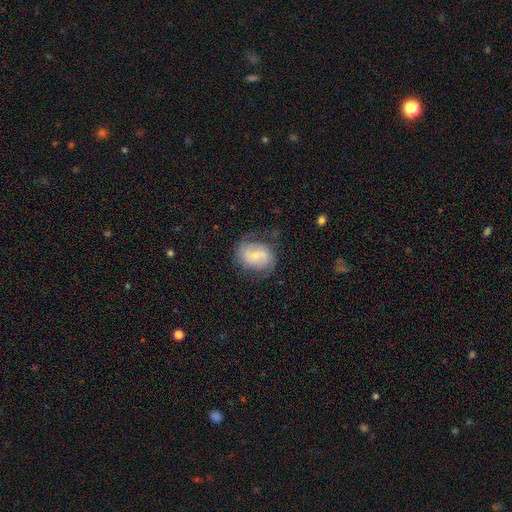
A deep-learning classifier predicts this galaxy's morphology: Smooth or featured? featured or disk (67%)
Edge-on disk? no (97%)
Bar? weak (52%)
Spiral arms? yes (90%)
Spiral winding? medium (45%)
Spiral arm count? 2 (77%)
Bulge size? small (55%)
Merging? none (65%)